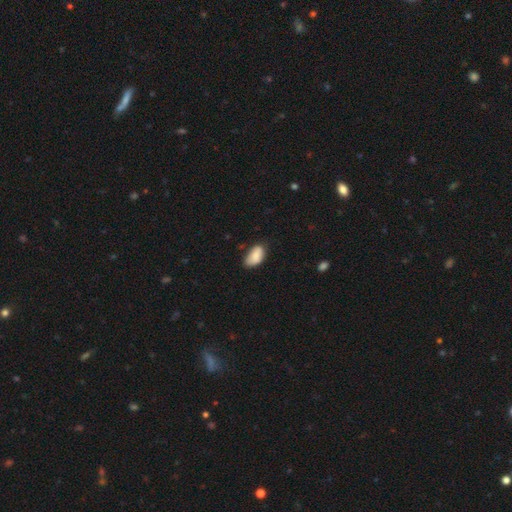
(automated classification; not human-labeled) A smooth galaxy with no disk features (85%) that is in between round and cigar-shaped (93%).

Vote fractions:
- Smooth or featured? smooth: 85% / featured or disk: 9% / star or artifact: 7%
- How rounded? in between: 93% / round: 4% / cigar-shaped: 2%
- Merging? none: 60% / minor disturbance: 32% / major disturbance: 5% / merger: 2%